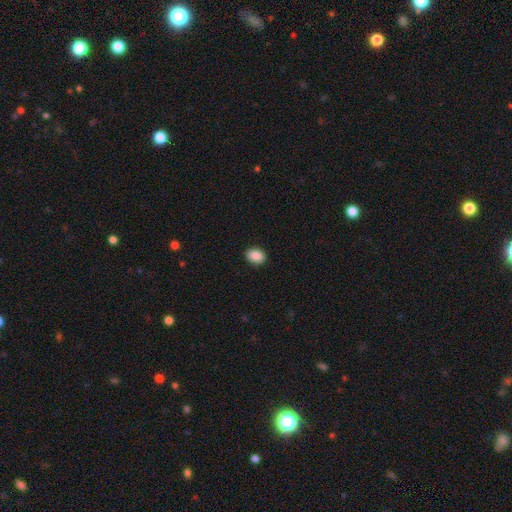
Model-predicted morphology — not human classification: A smooth galaxy with no disk features (89%) that is in between round and cigar-shaped (66%). Merging: none (90%).